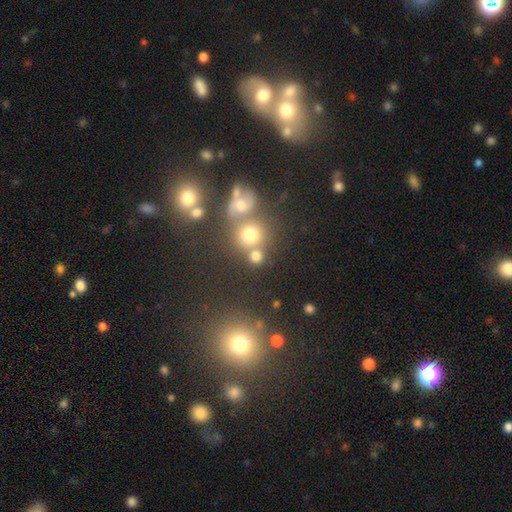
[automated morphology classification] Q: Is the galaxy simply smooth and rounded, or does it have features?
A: smooth — 74%.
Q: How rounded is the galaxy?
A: round — 84%.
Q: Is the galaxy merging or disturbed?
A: none — 57%.